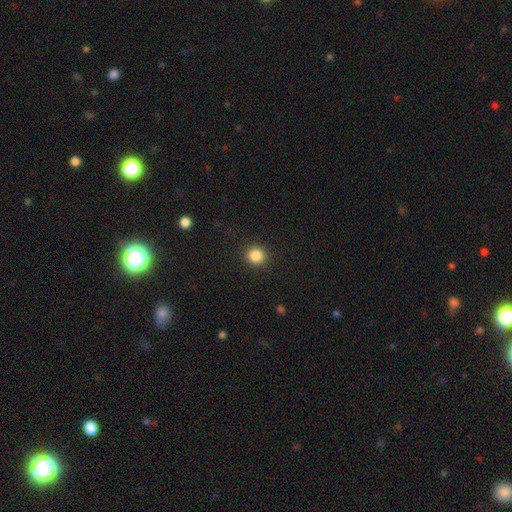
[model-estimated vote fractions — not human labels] Smooth or featured? Predicted: smooth (p=0.85). How rounded? Predicted: round (p=0.90). Merging? Predicted: none (p=0.91).